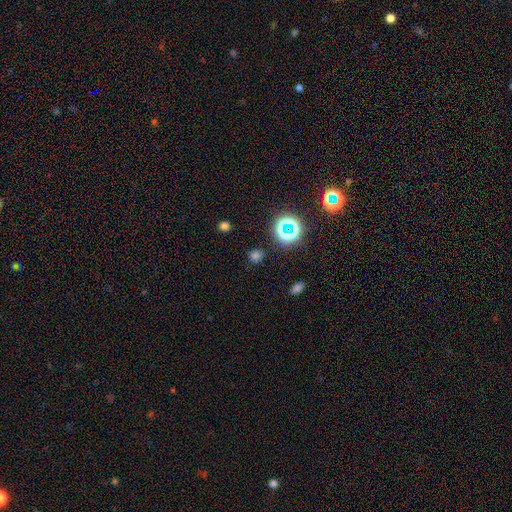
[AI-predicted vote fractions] smooth-or-featured: smooth: 63% | star or artifact: 31% | featured or disk: 6%
  how-rounded: round: 84% | in between: 14% | cigar-shaped: 1%
  merging: none: 83% | minor disturbance: 10% | major disturbance: 4% | merger: 3%